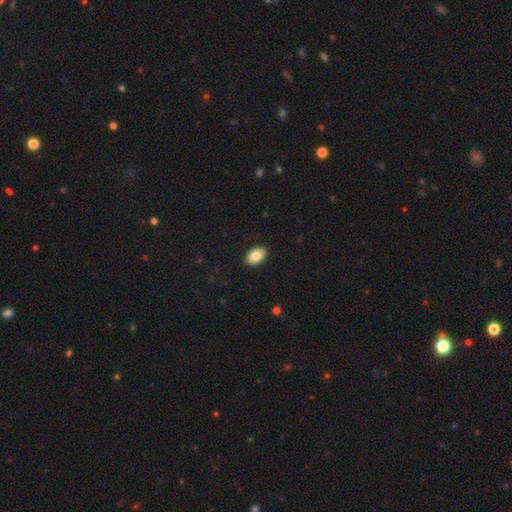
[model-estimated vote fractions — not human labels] Smooth or featured? smooth (86%)
How rounded? in between (89%)
Merging? none (90%)